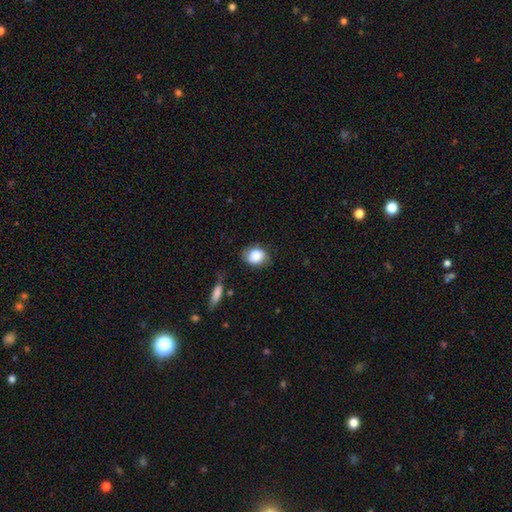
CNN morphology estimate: smooth 85%, featured or disk 8%, star or artifact 7%. Down the decision tree: how rounded — round (52%); merging — none (66%).